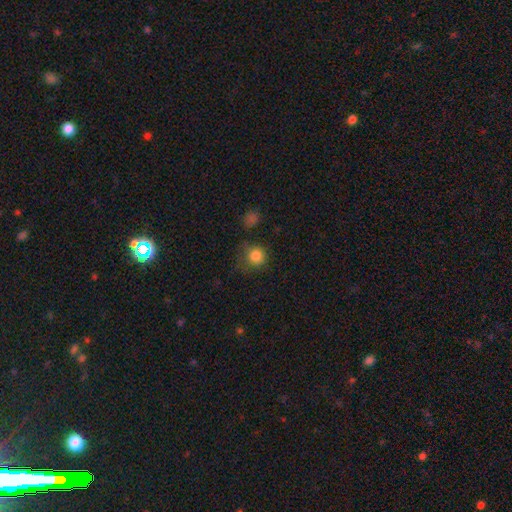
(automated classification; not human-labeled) smooth_or_featured: smooth (p=0.82) [alt: star or artifact p=0.12]
how_rounded: round (p=0.88) [alt: in between p=0.11]
merging: none (p=0.67) [alt: minor disturbance p=0.20]